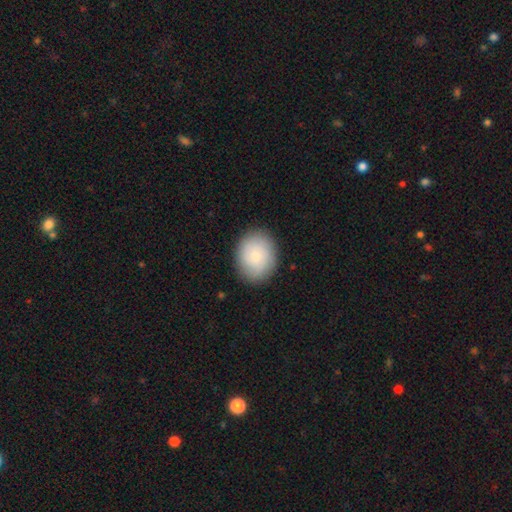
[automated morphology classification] Smooth or featured: smooth — 69% (featured or disk — 23%)
How rounded: round — 59% (in between — 40%)
Merging: none — 86% (minor disturbance — 10%)